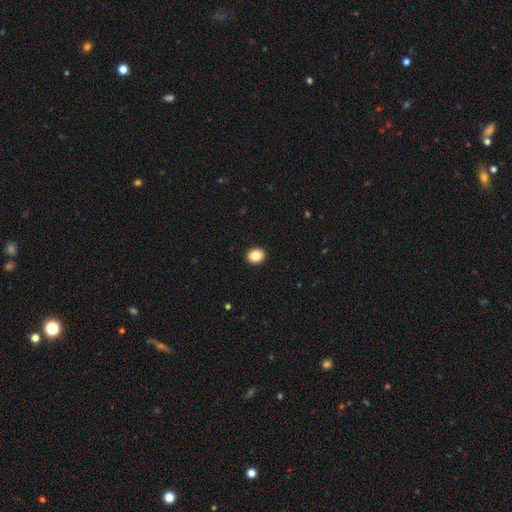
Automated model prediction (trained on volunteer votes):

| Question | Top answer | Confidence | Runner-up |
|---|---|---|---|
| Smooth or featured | smooth | 85% | star or artifact (9%) |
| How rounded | round | 57% | in between (42%) |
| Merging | none | 93% | minor disturbance (5%) |